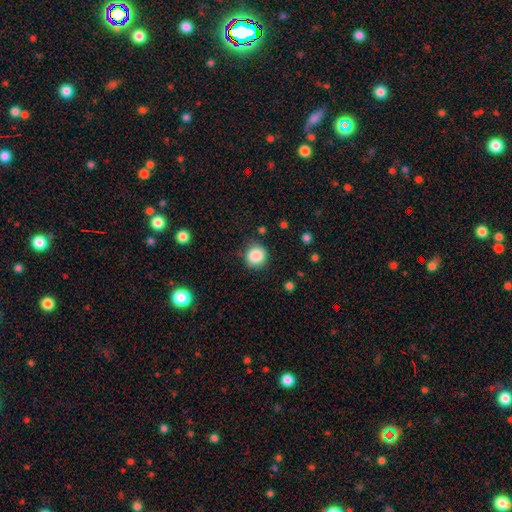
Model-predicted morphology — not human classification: A smooth galaxy with no disk features (86%) that is round (88%). Merging: none (82%).